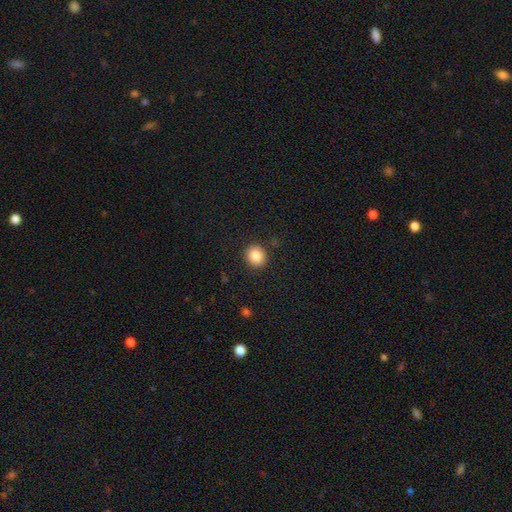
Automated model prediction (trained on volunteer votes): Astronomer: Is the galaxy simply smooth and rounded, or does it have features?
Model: smooth — 85%.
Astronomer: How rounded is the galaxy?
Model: round — 82%.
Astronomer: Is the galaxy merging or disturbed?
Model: none — 90%.